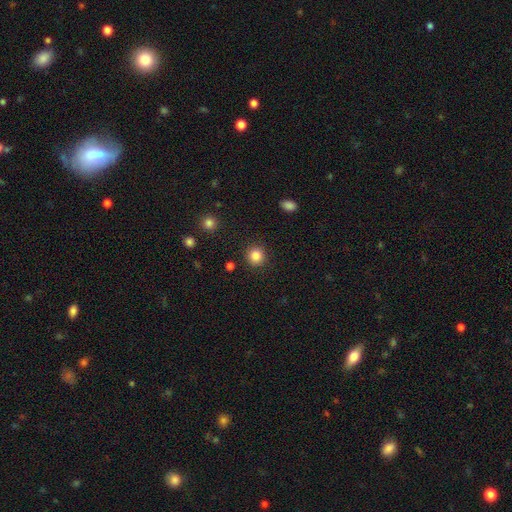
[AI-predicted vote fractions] Q: Smooth or featured?
A: smooth (85%); runner-up: star or artifact (11%)
Q: How rounded?
A: round (92%); runner-up: in between (7%)
Q: Merging?
A: none (90%); runner-up: minor disturbance (6%)